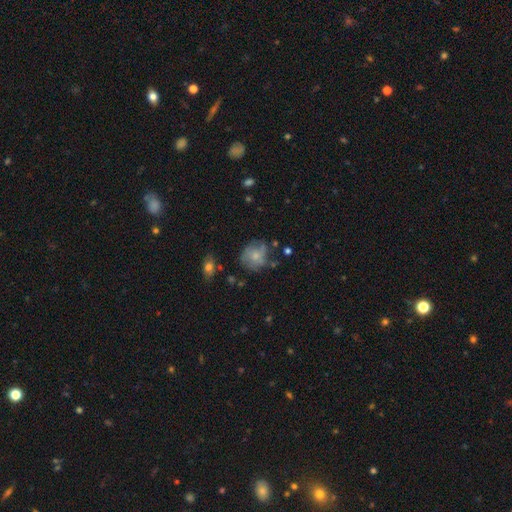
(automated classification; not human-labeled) smooth 63%, featured or disk 27%, star or artifact 9%. Down the decision tree: how rounded — round (78%); merging — none (55%).